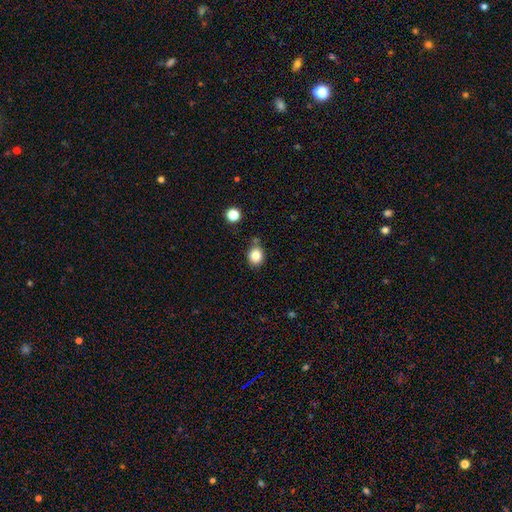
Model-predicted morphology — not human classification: smooth-or-featured: smooth: 83% | star or artifact: 10% | featured or disk: 7%
  how-rounded: round: 68% | in between: 31% | cigar-shaped: 1%
  merging: none: 75% | minor disturbance: 13% | merger: 9% | major disturbance: 3%